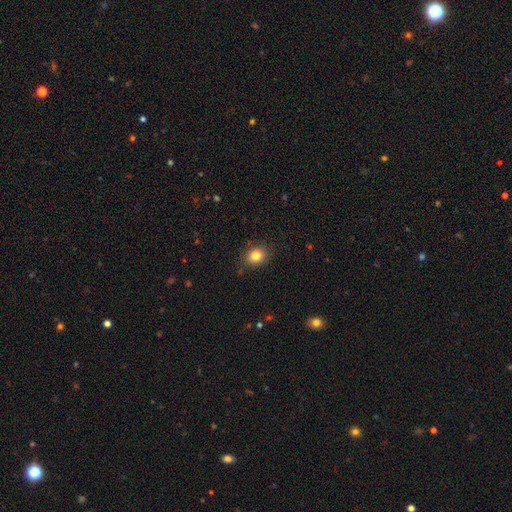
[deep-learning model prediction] This appears to be a smooth galaxy with no disk features (82%) that is round (57%). Merging: none (85%).